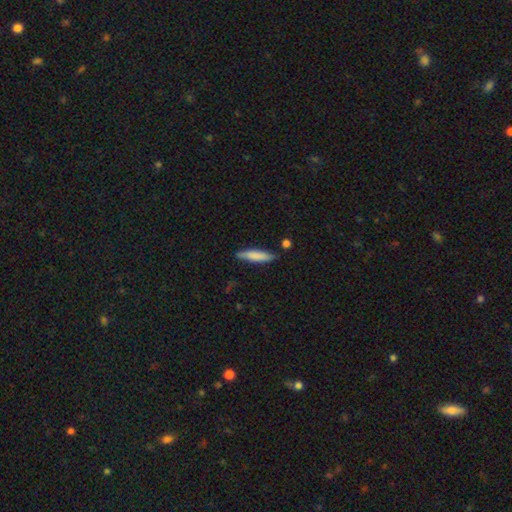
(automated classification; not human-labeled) Smooth or featured: smooth — 76% (featured or disk — 19%)
How rounded: cigar-shaped — 81% (in between — 17%)
Merging: none — 80% (minor disturbance — 15%)